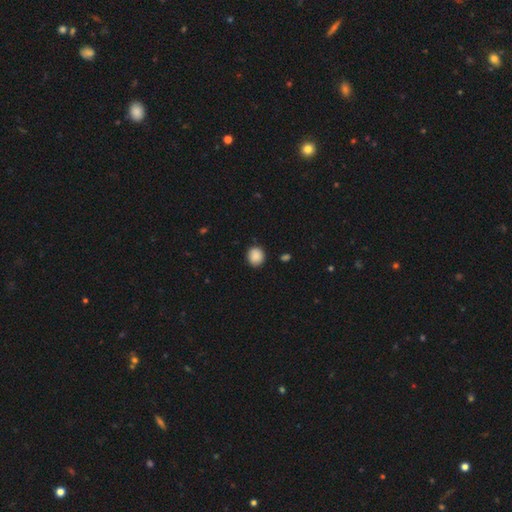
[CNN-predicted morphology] smooth-or-featured: smooth: 88% | star or artifact: 8% | featured or disk: 3%
  how-rounded: round: 85% | in between: 14% | cigar-shaped: 1%
  merging: none: 87% | minor disturbance: 10% | major disturbance: 2% | merger: 1%